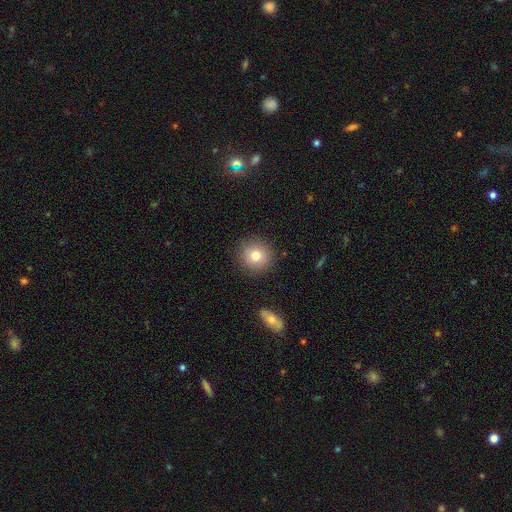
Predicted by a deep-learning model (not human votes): This is likely a smooth galaxy (77%). How rounded: clearly round (92%). Merging: clearly none (89%).